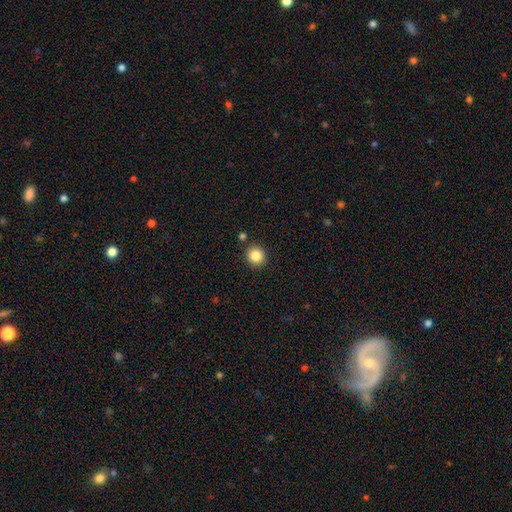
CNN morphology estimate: Smooth or featured?
  - smooth: 85% *
  - star or artifact: 10%
  - featured or disk: 5%
How rounded?
  - round: 87% *
  - in between: 12%
  - cigar-shaped: 1%
Merging?
  - none: 88% *
  - minor disturbance: 7%
  - merger: 3%
  - major disturbance: 2%